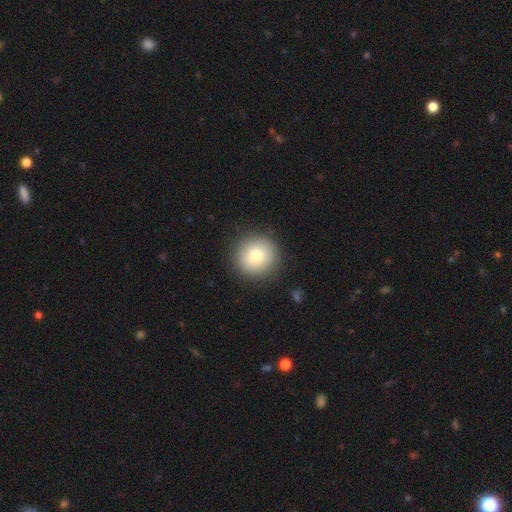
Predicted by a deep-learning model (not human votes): smooth_or_featured: smooth (p=0.81) [alt: featured or disk p=0.10]
how_rounded: round (p=0.94) [alt: in between p=0.05]
merging: none (p=0.90) [alt: minor disturbance p=0.07]